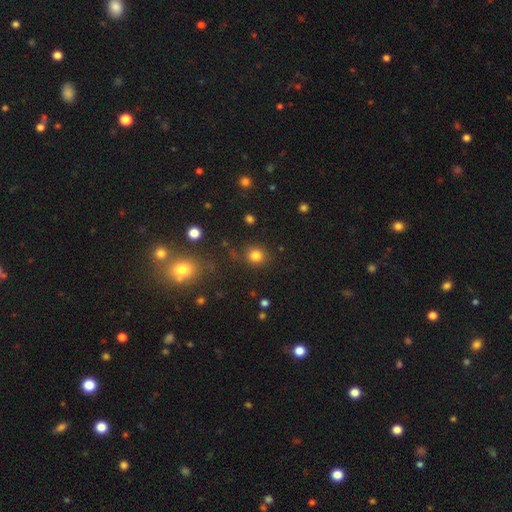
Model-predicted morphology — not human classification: type=smooth (81%); roundness=round (88%); merging=none (85%).